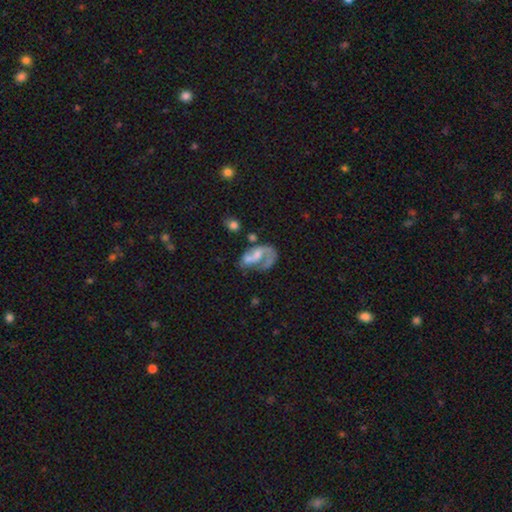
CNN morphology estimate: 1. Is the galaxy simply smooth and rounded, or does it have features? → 69% featured or disk, 22% smooth, 8% star or artifact.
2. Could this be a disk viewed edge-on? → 97% no, 3% yes.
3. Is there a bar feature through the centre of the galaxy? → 53% no, 35% weak, 12% strong.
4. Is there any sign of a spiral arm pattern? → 77% yes, 23% no.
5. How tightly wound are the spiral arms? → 45% loose, 38% medium, 16% tight.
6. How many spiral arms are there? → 49% 1, 39% 2, 8% can't tell, 2% 3, 1% 4, 1% more than 4.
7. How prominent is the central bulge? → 35% none, 30% small, 26% moderate, 7% large, 2% dominant.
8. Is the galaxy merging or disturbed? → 39% major disturbance, 30% none, 18% minor disturbance, 14% merger.